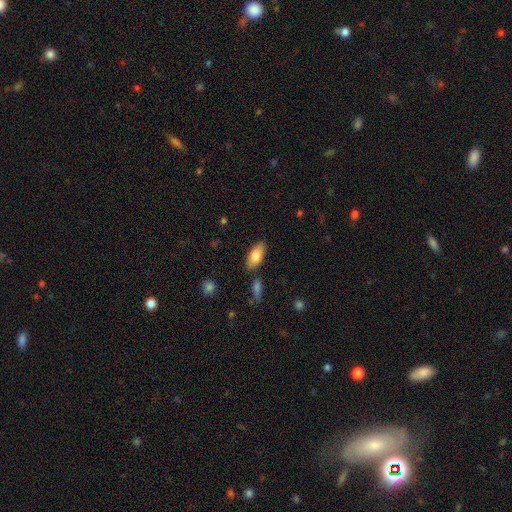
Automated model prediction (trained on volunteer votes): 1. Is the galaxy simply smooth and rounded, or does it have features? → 80% smooth, 14% featured or disk, 6% star or artifact.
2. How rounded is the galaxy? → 87% in between, 11% cigar-shaped, 2% round.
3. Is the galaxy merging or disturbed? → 81% none, 11% minor disturbance, 6% merger, 2% major disturbance.